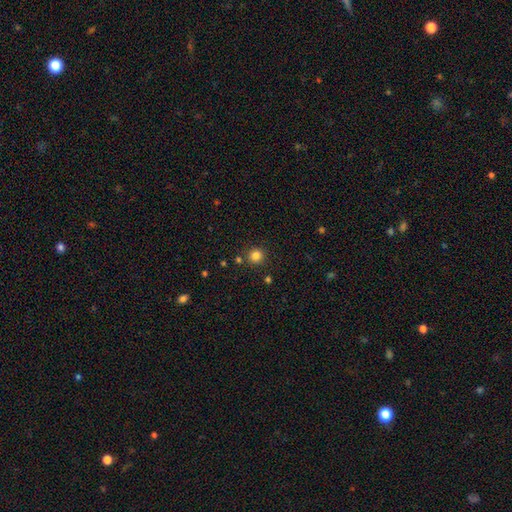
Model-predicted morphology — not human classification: Smooth or featured? Predicted: smooth (p=0.83). How rounded? Predicted: round (p=0.92). Merging? Predicted: none (p=0.86).